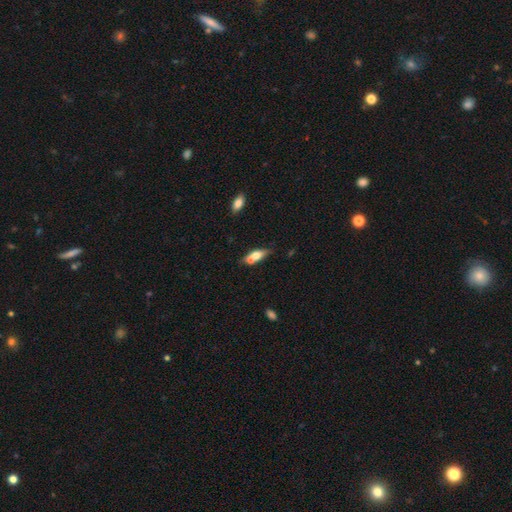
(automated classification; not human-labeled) smooth 61%, featured or disk 32%, star or artifact 7%. Down the decision tree: how rounded — in between (62%); merging — none (43%).